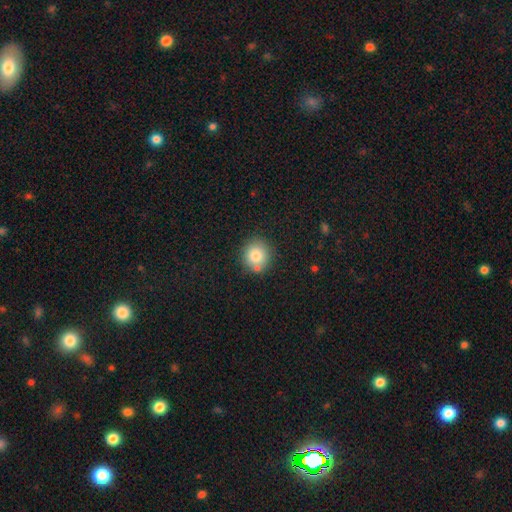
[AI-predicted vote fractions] Morphology: type=smooth (80%); roundness=round (89%); merging=none (77%).